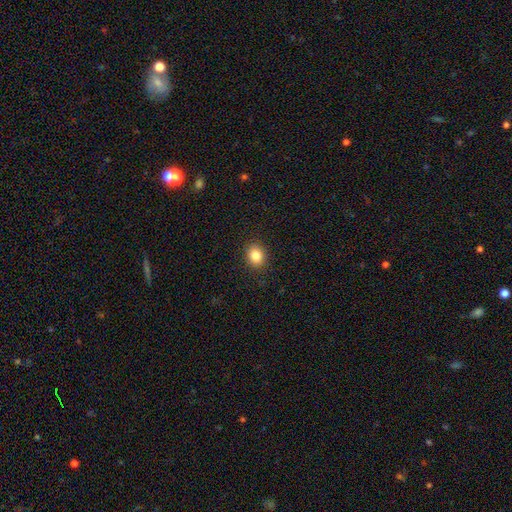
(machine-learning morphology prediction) type=smooth (85%); roundness=round (54%); merging=none (90%).